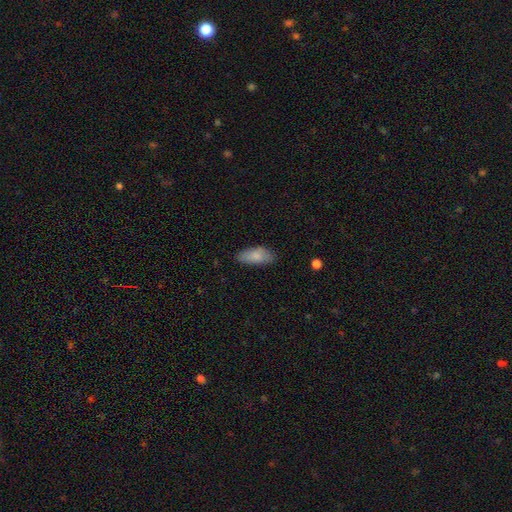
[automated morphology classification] The model was most divided on "merging": none: 75%, minor disturbance: 19%, major disturbance: 4%, merger: 1%. More confident: how rounded — in between (84%); smooth or featured — smooth (83%).